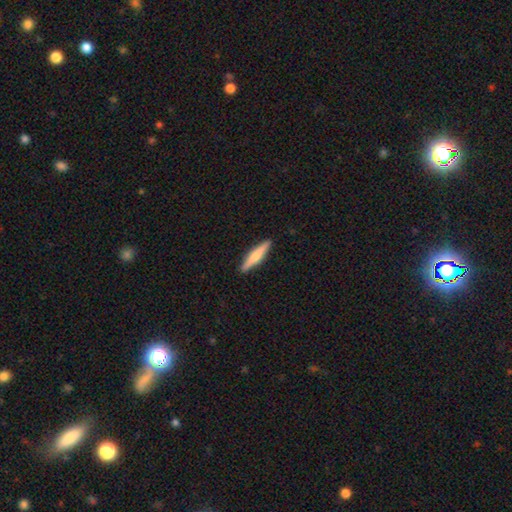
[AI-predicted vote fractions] A smooth galaxy with no disk features (53%) that is cigar-shaped (88%).

Vote fractions:
- Smooth or featured? smooth: 53% / featured or disk: 42% / star or artifact: 5%
- How rounded? cigar-shaped: 88% / in between: 10% / round: 2%
- Merging? none: 91% / minor disturbance: 6% / major disturbance: 1% / merger: 1%